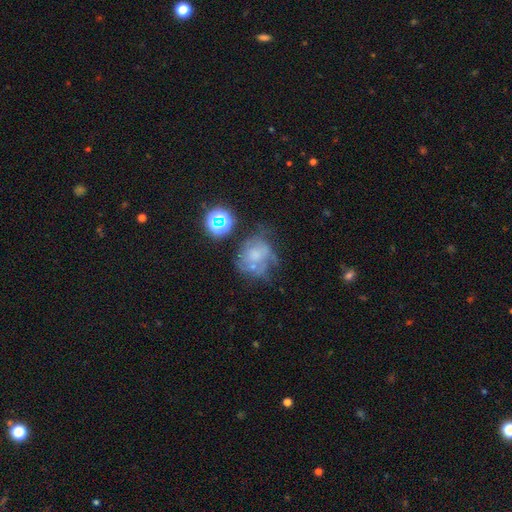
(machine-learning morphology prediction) Smooth or featured: featured or disk — 46% (smooth — 37%)
Merging: none — 40% (minor disturbance — 25%)